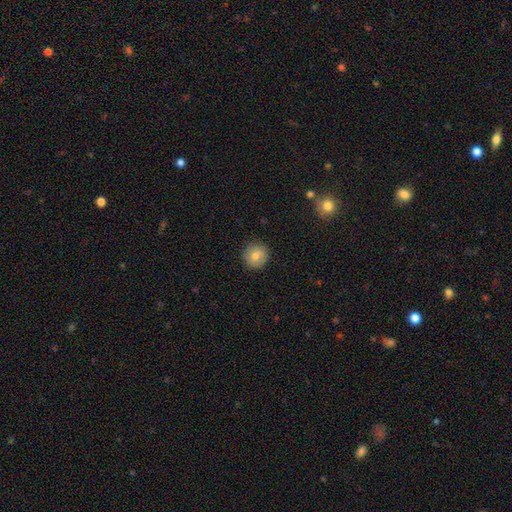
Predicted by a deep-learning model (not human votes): Smooth or featured: smooth — 80% (featured or disk — 11%)
How rounded: round — 92% (in between — 7%)
Merging: none — 89% (minor disturbance — 8%)